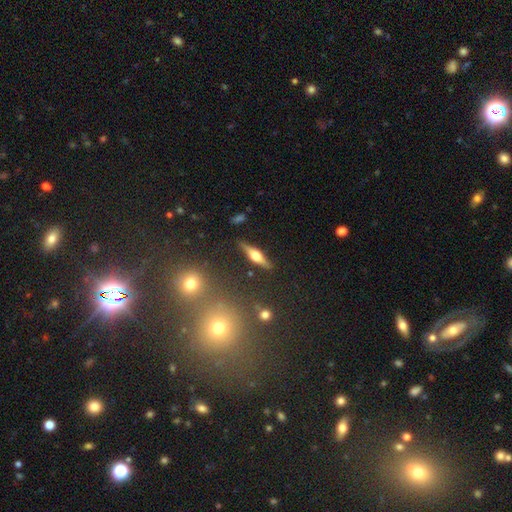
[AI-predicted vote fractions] This appears to be a featured or disk galaxy (69%) viewed edge-on (96%) with a rounded central bulge (91%). Merging: none (87%).